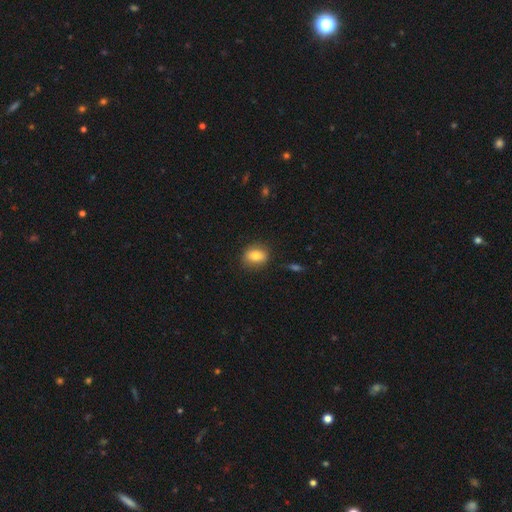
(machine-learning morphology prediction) A smooth galaxy with no disk features (77%) that is in between round and cigar-shaped (57%). Merging: none (84%).